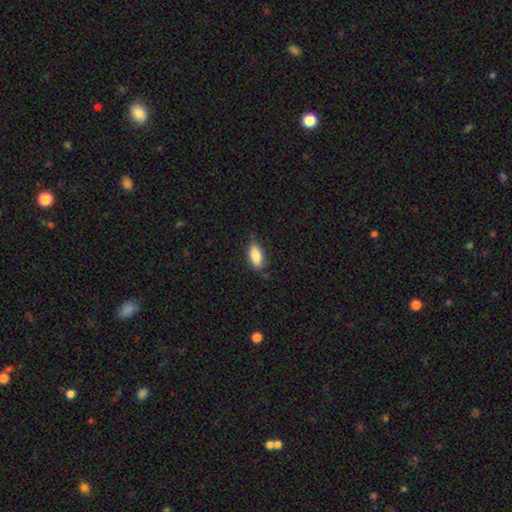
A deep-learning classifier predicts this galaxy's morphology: A smooth galaxy with no disk features (85%) that is in between round and cigar-shaped (82%). Merging: none (73%).